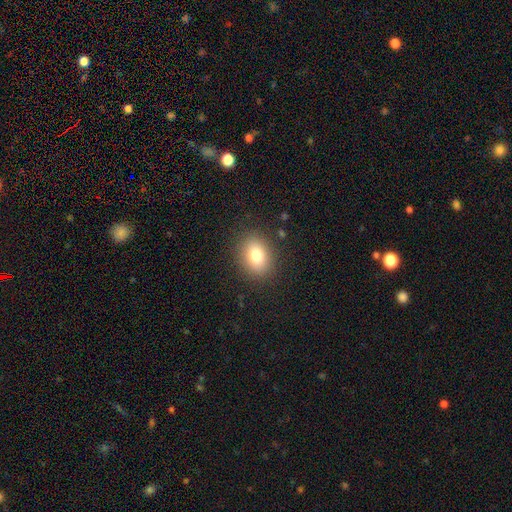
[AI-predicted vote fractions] The model was most divided on "how rounded": in between: 57%, round: 42%, cigar-shaped: 1%. More confident: merging — none (87%); smooth or featured — smooth (78%).